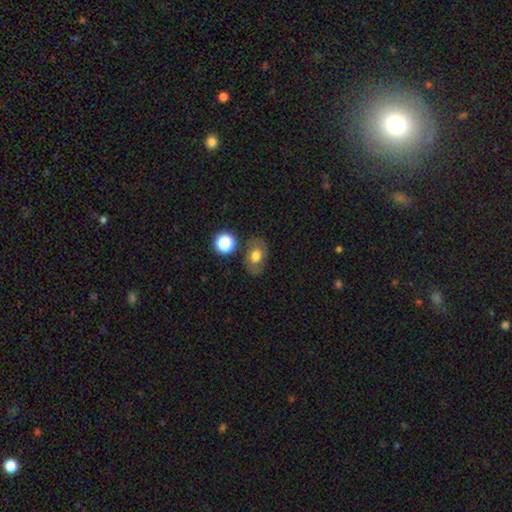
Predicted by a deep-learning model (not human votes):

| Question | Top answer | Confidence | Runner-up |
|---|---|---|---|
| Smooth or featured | smooth | 68% | featured or disk (21%) |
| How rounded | in between | 72% | round (27%) |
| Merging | none | 75% | minor disturbance (14%) |